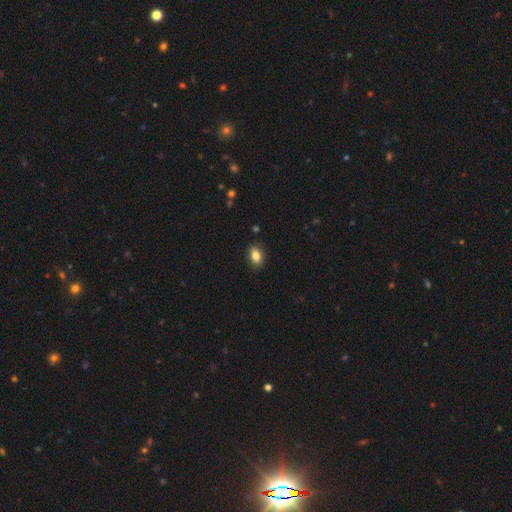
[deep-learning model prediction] smooth 84%, star or artifact 9%, featured or disk 7%. Down the decision tree: how rounded — in between (81%); merging — none (87%).